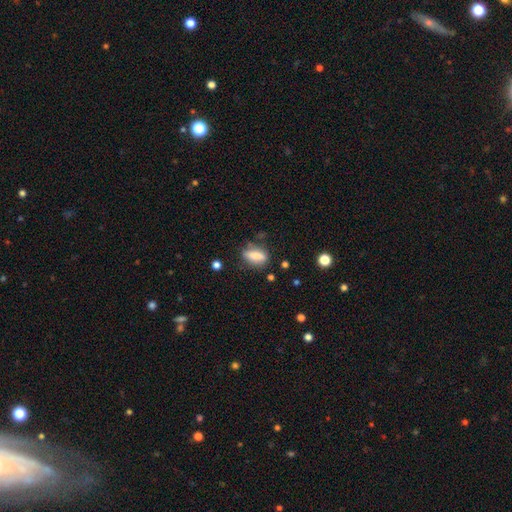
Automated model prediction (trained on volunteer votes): smooth_or_featured: smooth (p=0.75) [alt: featured or disk p=0.16]
how_rounded: in between (p=0.66) [alt: cigar-shaped p=0.27]
merging: none (p=0.71) [alt: minor disturbance p=0.19]